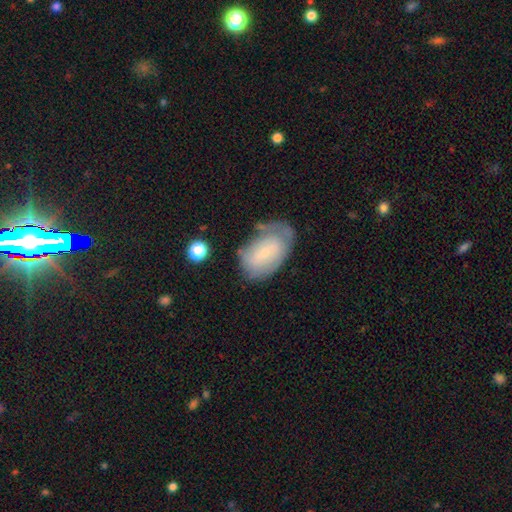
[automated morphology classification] The model was most divided on "smooth or featured": smooth: 49%, featured or disk: 44%, star or artifact: 7%. Remaining: merging — none (45%).